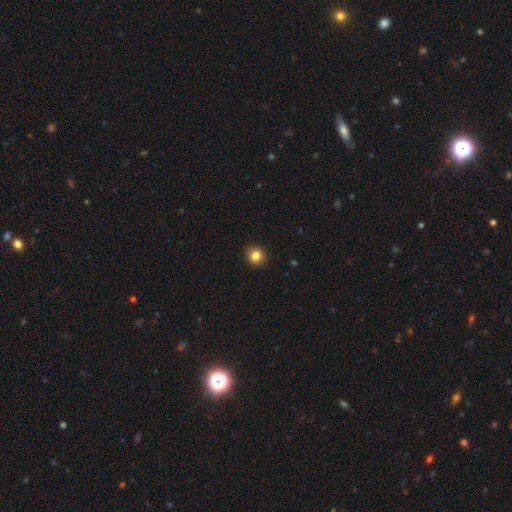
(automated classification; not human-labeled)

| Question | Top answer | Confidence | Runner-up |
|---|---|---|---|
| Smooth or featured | smooth | 84% | star or artifact (10%) |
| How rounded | round | 88% | in between (11%) |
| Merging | none | 91% | minor disturbance (7%) |